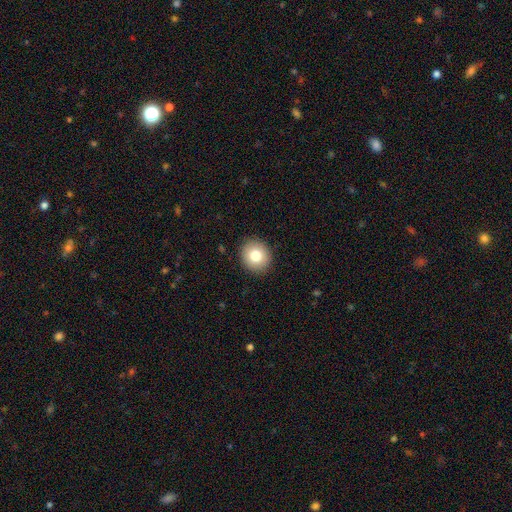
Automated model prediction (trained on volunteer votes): A smooth galaxy with no disk features (79%) that is round (83%). Merging: none (91%).